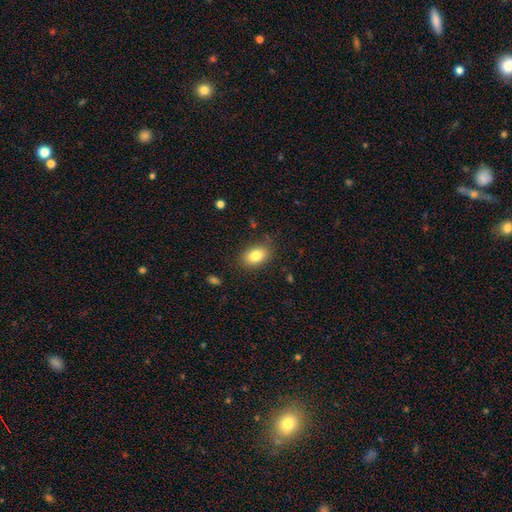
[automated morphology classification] This is clearly a smooth galaxy (83%). How rounded: clearly in between (83%). Merging: clearly none (82%).